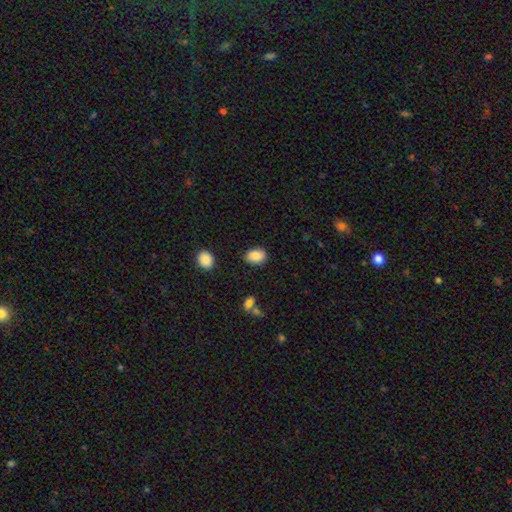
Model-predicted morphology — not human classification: Smooth or featured? smooth (86%)
How rounded? in between (75%)
Merging? none (81%)